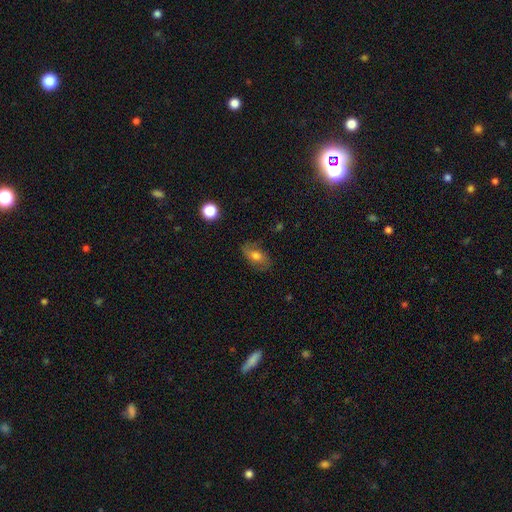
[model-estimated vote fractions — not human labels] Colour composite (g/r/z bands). It shows a smooth galaxy with no disk features (56%) that is in between round and cigar-shaped (84%). Merging: none (76%).